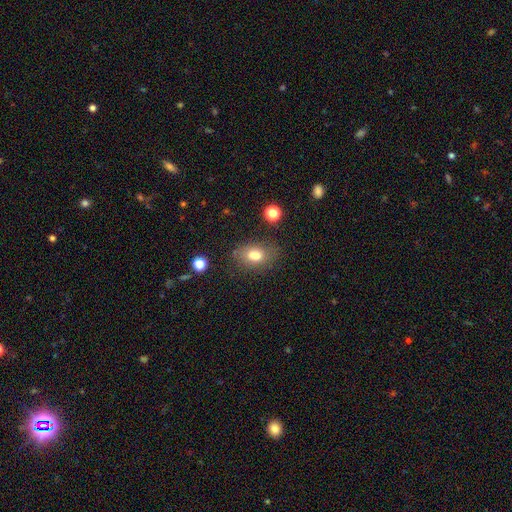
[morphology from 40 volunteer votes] smooth_or_featured: smooth (p=0.82) [alt: featured or disk p=0.15]
how_rounded: in between (p=0.67) [alt: round p=0.33]
merging: none (p=0.54) [alt: minor disturbance p=0.33]